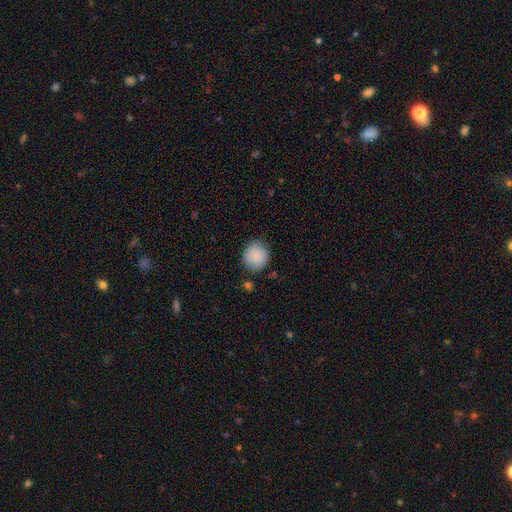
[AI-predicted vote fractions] A smooth galaxy with no disk features (83%) that is round (89%).

Vote fractions:
- Smooth or featured? smooth: 83% / featured or disk: 10% / star or artifact: 7%
- How rounded? round: 89% / in between: 10% / cigar-shaped: 1%
- Merging? none: 77% / minor disturbance: 16% / major disturbance: 4% / merger: 3%